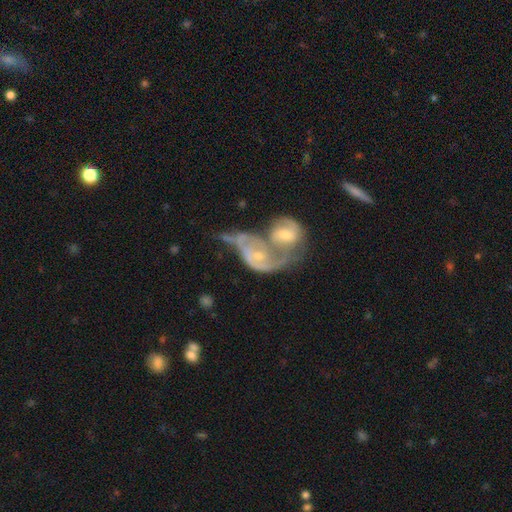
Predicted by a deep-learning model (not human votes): Smooth or featured: featured or disk — 77% (smooth — 16%)
Edge-on disk: no — 96% (yes — 4%)
Bar: no — 63% (weak — 30%)
Spiral arms: yes — 82% (no — 18%)
Spiral winding: medium — 39% (loose — 32%)
Spiral arm count: 2 — 58% (can't tell — 18%)
Bulge size: small — 50% (moderate — 42%)
Merging: merger — 75% (major disturbance — 10%)